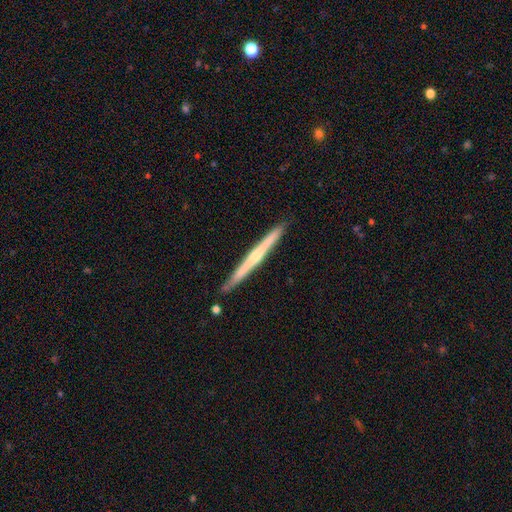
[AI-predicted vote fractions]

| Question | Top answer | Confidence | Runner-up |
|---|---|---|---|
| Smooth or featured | featured or disk | 66% | smooth (27%) |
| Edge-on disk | yes | 98% | no (2%) |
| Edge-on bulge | rounded | 50% | none (43%) |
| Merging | none | 90% | minor disturbance (7%) |